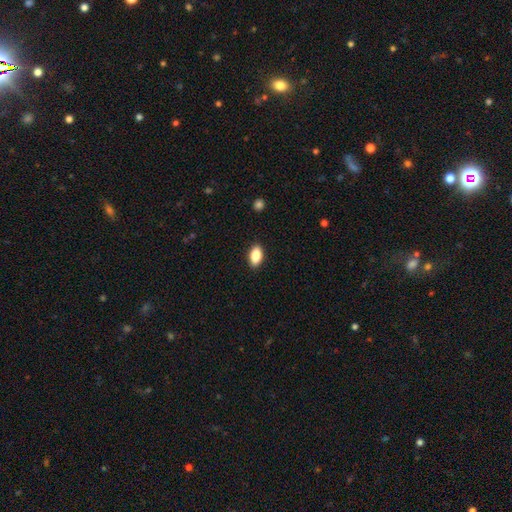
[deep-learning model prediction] This appears to be a smooth galaxy with no disk features (86%) that is in between round and cigar-shaped (91%). Merging: none (89%).